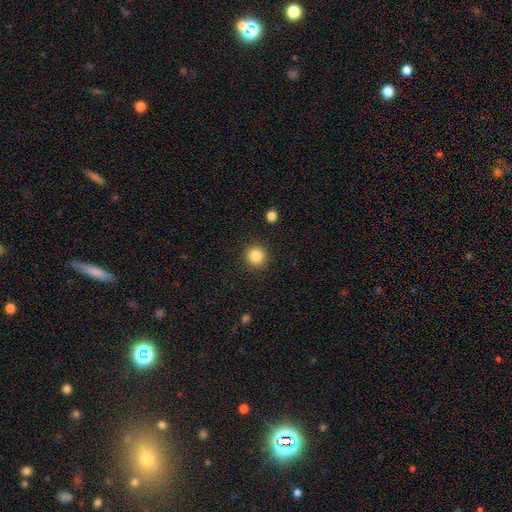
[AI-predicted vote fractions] This appears to be a smooth galaxy with no disk features (85%) that is round (94%). Merging: none (90%).